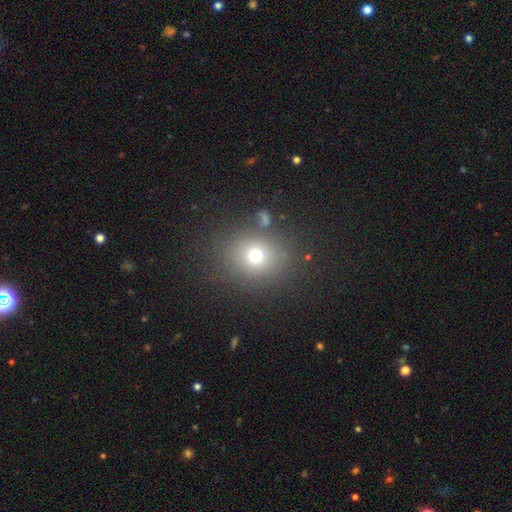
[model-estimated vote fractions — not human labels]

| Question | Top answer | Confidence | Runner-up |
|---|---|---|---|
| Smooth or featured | smooth | 71% | star or artifact (18%) |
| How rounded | round | 70% | in between (29%) |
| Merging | none | 81% | minor disturbance (10%) |